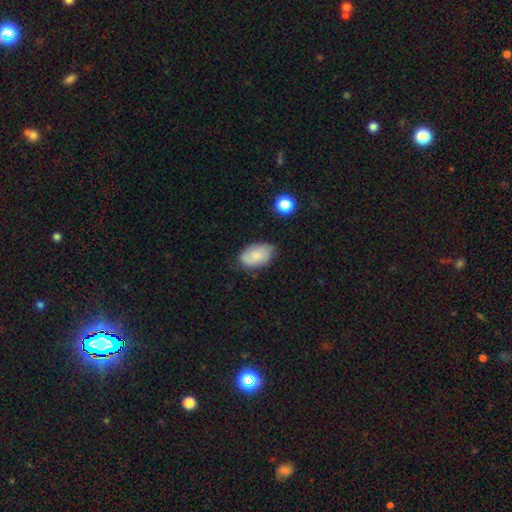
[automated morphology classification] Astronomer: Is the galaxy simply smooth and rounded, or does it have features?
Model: smooth — 80%.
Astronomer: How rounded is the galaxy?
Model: in between — 91%.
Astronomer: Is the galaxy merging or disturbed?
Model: none — 69%.